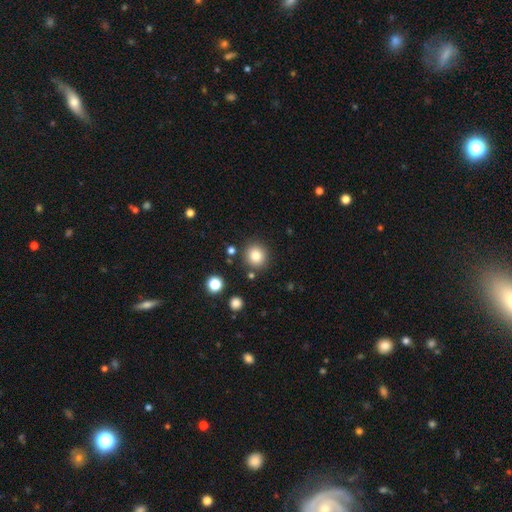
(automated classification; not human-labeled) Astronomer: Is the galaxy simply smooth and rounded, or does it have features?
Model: smooth — 83%.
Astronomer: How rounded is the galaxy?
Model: round — 90%.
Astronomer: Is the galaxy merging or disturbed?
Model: none — 86%.